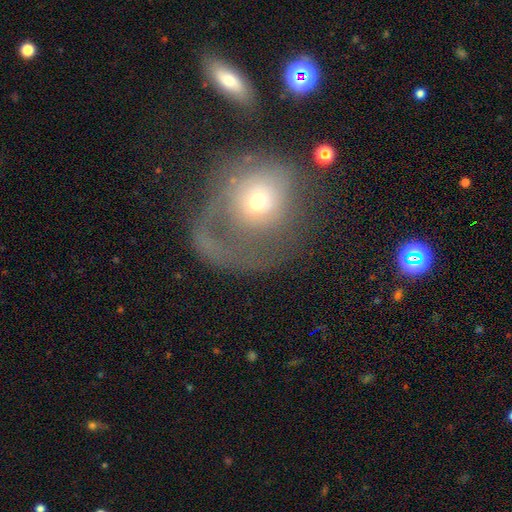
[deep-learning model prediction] Smooth or featured: featured or disk — 49% (smooth — 38%)
Merging: major disturbance — 39% (none — 34%)